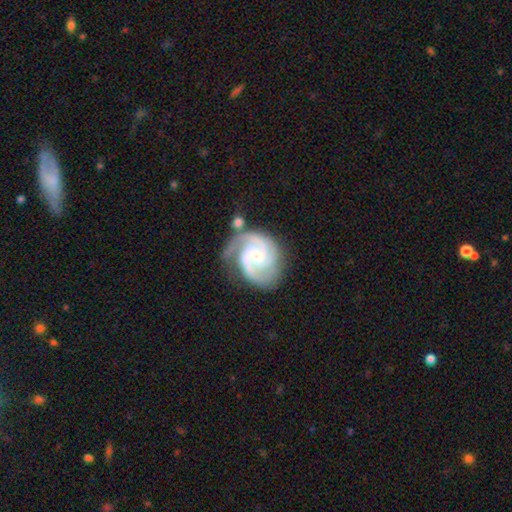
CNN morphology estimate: Smooth or featured?
  - featured or disk: 92% *
  - star or artifact: 4%
  - smooth: 4%
Edge-on disk?
  - no: 98% *
  - yes: 2%
Bar?
  - no: 50% *
  - weak: 39%
  - strong: 10%
Spiral arms?
  - yes: 99% *
  - no: 1%
Spiral winding?
  - tight: 57% *
  - medium: 39%
  - loose: 4%
Spiral arm count?
  - 3: 45% *
  - 2: 42%
  - can't tell: 5%
  - 4: 4%
  - 1: 3%
  - more than 4: 2%
Bulge size?
  - small: 59% *
  - moderate: 36%
  - none: 2%
  - large: 1%
  - dominant: 1%
Merging?
  - none: 62% *
  - minor disturbance: 22%
  - major disturbance: 8%
  - merger: 7%